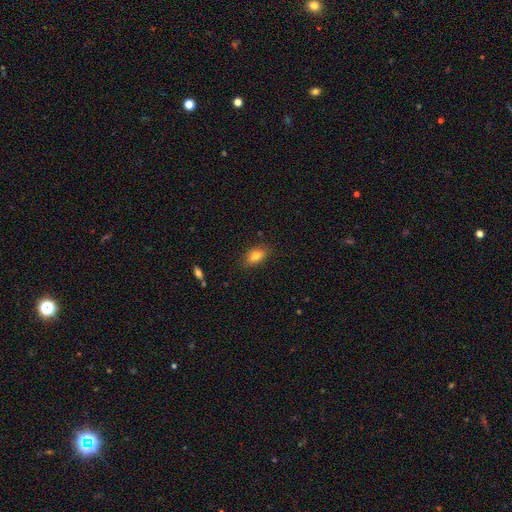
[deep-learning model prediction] smooth_or_featured: smooth (p=0.80) [alt: featured or disk p=0.11]
how_rounded: in between (p=0.85) [alt: round p=0.08]
merging: none (p=0.84) [alt: minor disturbance p=0.12]